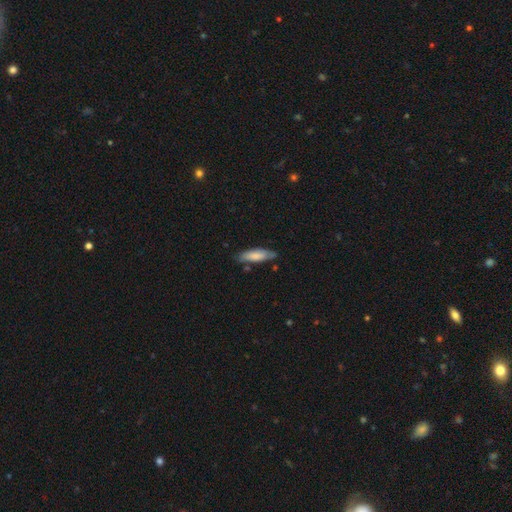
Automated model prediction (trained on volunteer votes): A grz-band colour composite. It shows a smooth galaxy with no disk features (73%) that is cigar-shaped (55%). Merging: none (74%).